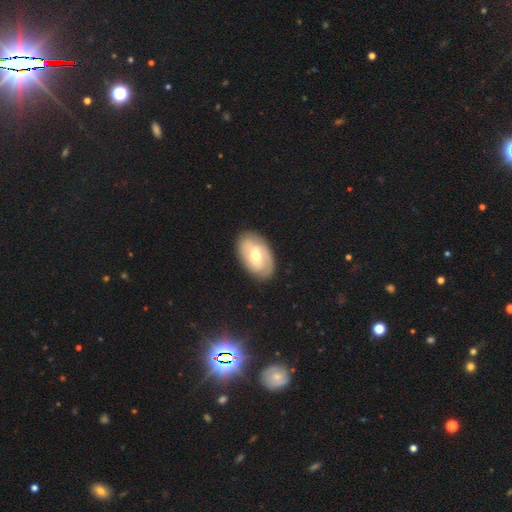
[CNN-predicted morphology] Smooth or featured?
  - featured or disk: 55% *
  - smooth: 39%
  - star or artifact: 6%
Edge-on disk?
  - no: 92% *
  - yes: 8%
Bar?
  - weak: 47% *
  - no: 29%
  - strong: 24%
Spiral arms?
  - yes: 55% *
  - no: 45%
Bulge size?
  - moderate: 68% *
  - small: 25%
  - large: 6%
  - dominant: 1%
  - none: 1%
Merging?
  - none: 85% *
  - minor disturbance: 11%
  - major disturbance: 3%
  - merger: 1%